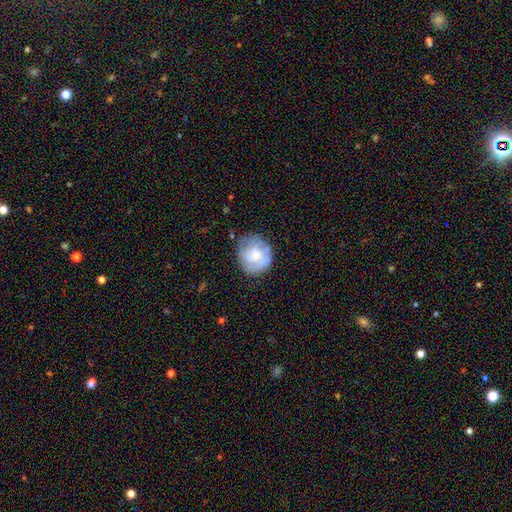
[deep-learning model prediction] Morphology: type=featured or disk (49%); merging=none (70%).